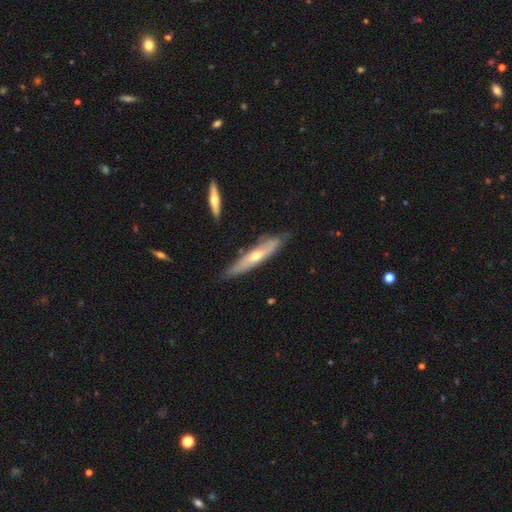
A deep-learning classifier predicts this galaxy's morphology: Overall: featured or disk (60%; smooth 34%). Edge-on disk: yes (73%). Merging: none (75%).